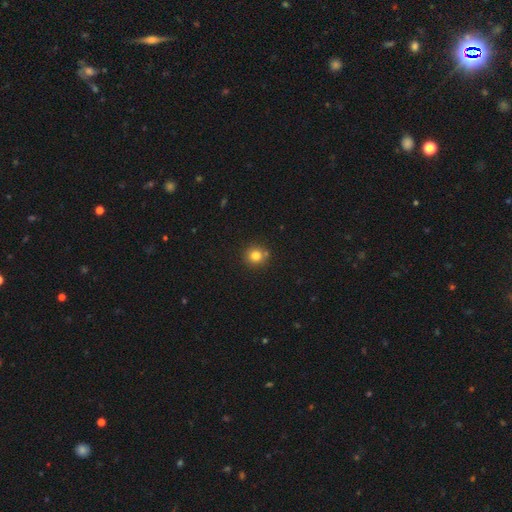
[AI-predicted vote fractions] This appears to be a smooth galaxy with no disk features (81%) that is round (92%). Merging: none (81%).